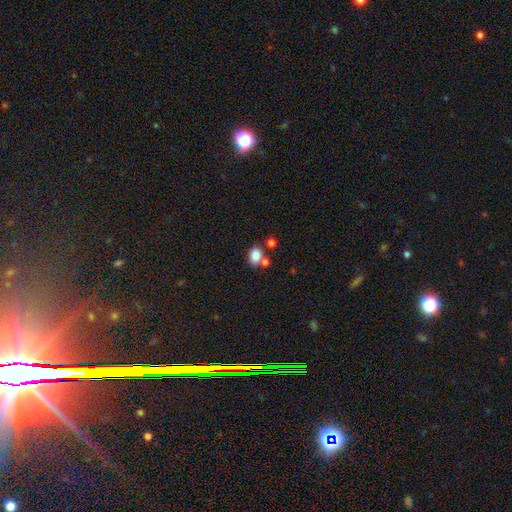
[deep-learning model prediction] Smooth or featured?
  - smooth: 84% *
  - star or artifact: 10%
  - featured or disk: 6%
How rounded?
  - in between: 65% *
  - round: 34%
  - cigar-shaped: 1%
Merging?
  - none: 59% *
  - merger: 24%
  - minor disturbance: 13%
  - major disturbance: 4%